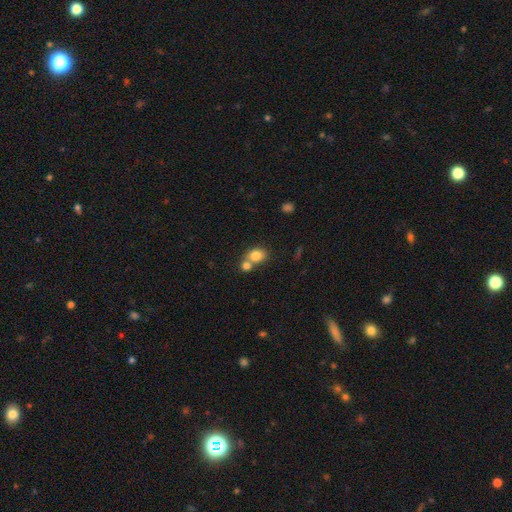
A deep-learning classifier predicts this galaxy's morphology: This is clearly a smooth galaxy (80%). How rounded: possibly round (55%). Merging: possibly merger (47%).